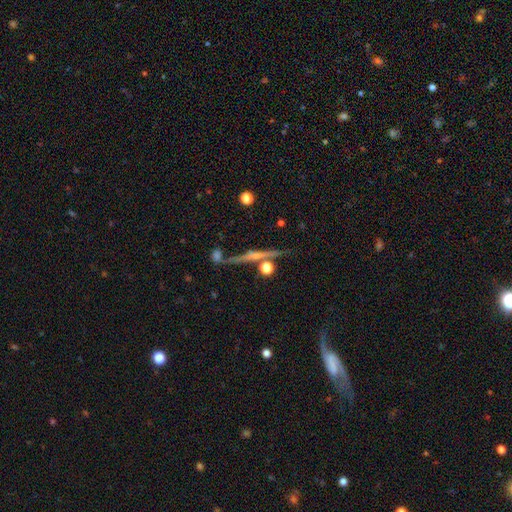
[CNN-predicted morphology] featured or disk 75%, smooth 15%, star or artifact 10%. Down the decision tree: edge-on disk — yes (96%); edge-on bulge — rounded (55%); merging — none (76%).